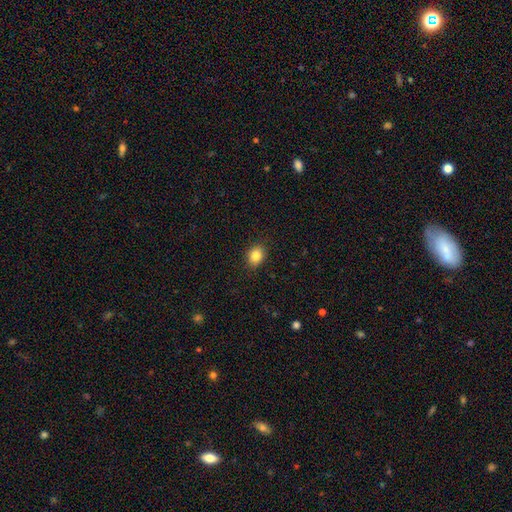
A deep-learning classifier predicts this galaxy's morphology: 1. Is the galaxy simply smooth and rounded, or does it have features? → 85% smooth, 9% star or artifact, 6% featured or disk.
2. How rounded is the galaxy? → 55% in between, 44% round, 1% cigar-shaped.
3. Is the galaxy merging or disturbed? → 88% none, 8% minor disturbance, 2% major disturbance, 1% merger.